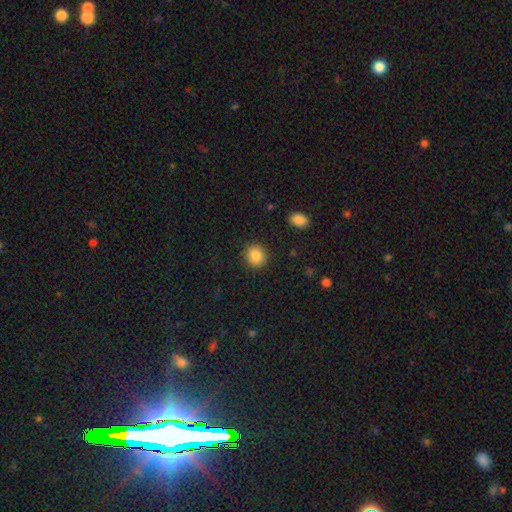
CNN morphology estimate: smooth 86%, star or artifact 9%, featured or disk 5%. Down the decision tree: how rounded — round (86%); merging — none (90%).